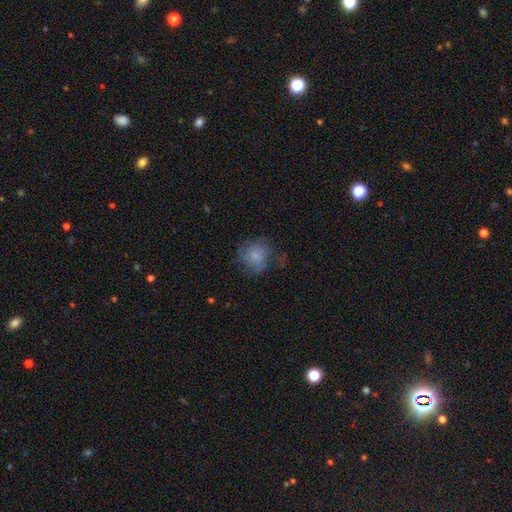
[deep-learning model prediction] smooth-or-featured: smooth: 65% | featured or disk: 24% | star or artifact: 11%
  how-rounded: round: 75% | in between: 24% | cigar-shaped: 1%
  merging: none: 51% | minor disturbance: 25% | major disturbance: 21% | merger: 2%